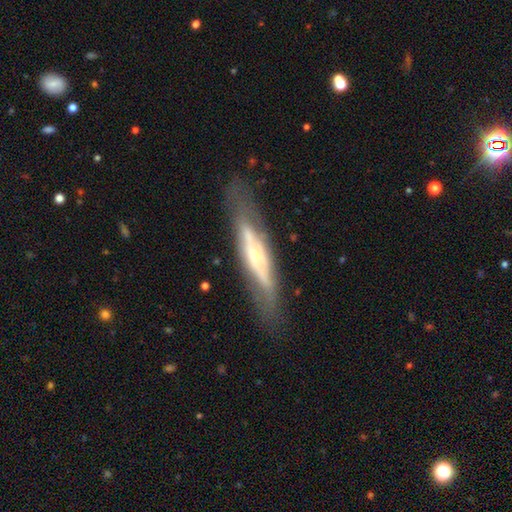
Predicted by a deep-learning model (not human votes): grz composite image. It shows a featured or disk galaxy (71%) viewed edge-on (58%). Merging: none (71%).